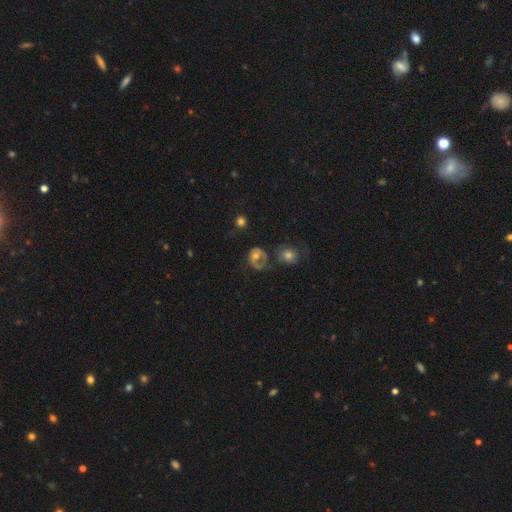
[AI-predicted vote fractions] Smooth or featured?
  - smooth: 48% *
  - featured or disk: 41%
  - star or artifact: 11%
Merging?
  - none: 39% *
  - major disturbance: 28%
  - minor disturbance: 22%
  - merger: 12%